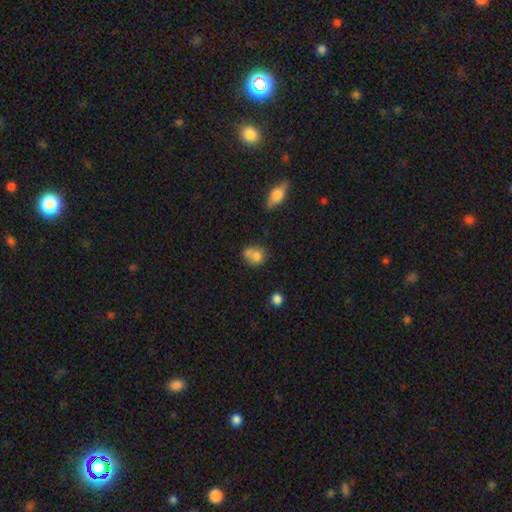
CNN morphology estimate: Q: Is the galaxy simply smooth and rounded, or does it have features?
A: smooth — 72%.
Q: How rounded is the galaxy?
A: round — 66%.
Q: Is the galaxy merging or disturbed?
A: merger — 47%.